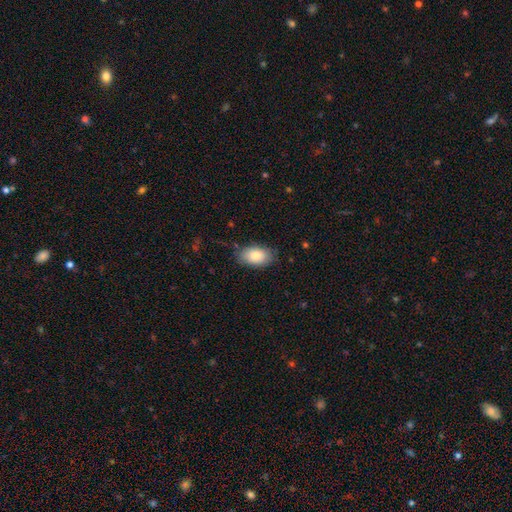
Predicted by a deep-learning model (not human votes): smooth-or-featured: smooth: 84% | featured or disk: 10% | star or artifact: 7%
  how-rounded: in between: 92% | round: 7% | cigar-shaped: 1%
  merging: none: 79% | minor disturbance: 16% | major disturbance: 4% | merger: 1%